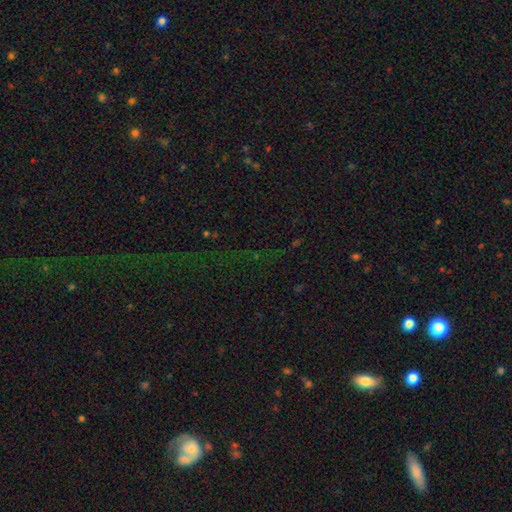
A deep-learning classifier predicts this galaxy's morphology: Smooth or featured: star or artifact — 69% (smooth — 17%)